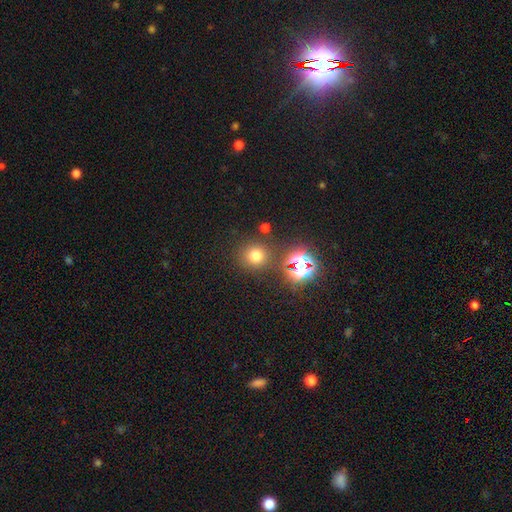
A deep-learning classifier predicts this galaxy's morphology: smooth_or_featured: smooth (p=0.67) [alt: star or artifact p=0.26]
how_rounded: round (p=0.91) [alt: in between p=0.08]
merging: none (p=0.83) [alt: minor disturbance p=0.08]